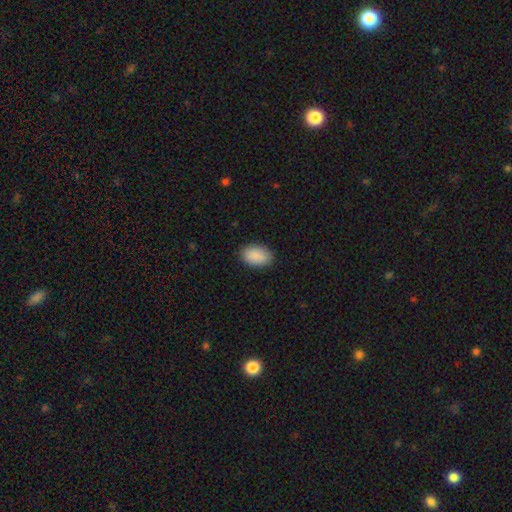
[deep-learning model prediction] smooth_or_featured: smooth (p=0.91) [alt: star or artifact p=0.06]
how_rounded: in between (p=0.90) [alt: round p=0.09]
merging: none (p=0.88) [alt: minor disturbance p=0.09]